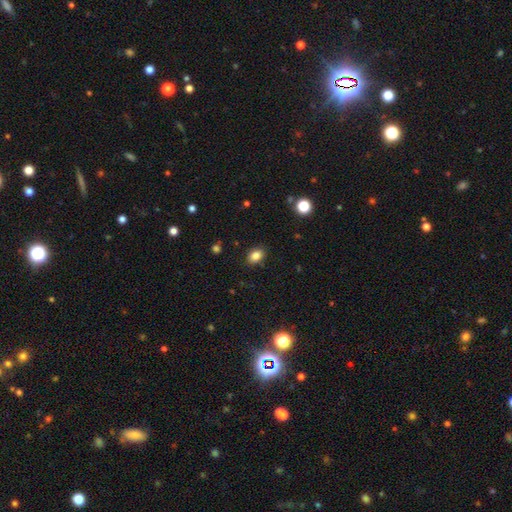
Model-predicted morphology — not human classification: A smooth galaxy with no disk features (84%) that is in between round and cigar-shaped (76%).

Vote fractions:
- Smooth or featured? smooth: 84% / star or artifact: 10% / featured or disk: 6%
- How rounded? in between: 76% / round: 23% / cigar-shaped: 1%
- Merging? none: 88% / minor disturbance: 9% / major disturbance: 2% / merger: 1%